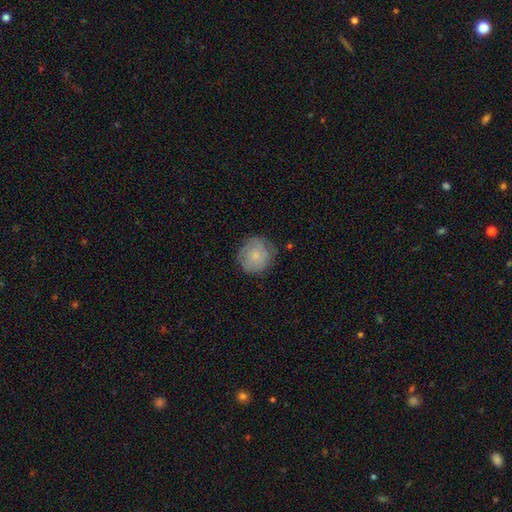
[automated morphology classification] smooth-or-featured: smooth: 61% | featured or disk: 31% | star or artifact: 8%
  how-rounded: round: 89% | in between: 10% | cigar-shaped: 1%
  merging: none: 74% | minor disturbance: 19% | major disturbance: 5% | merger: 1%